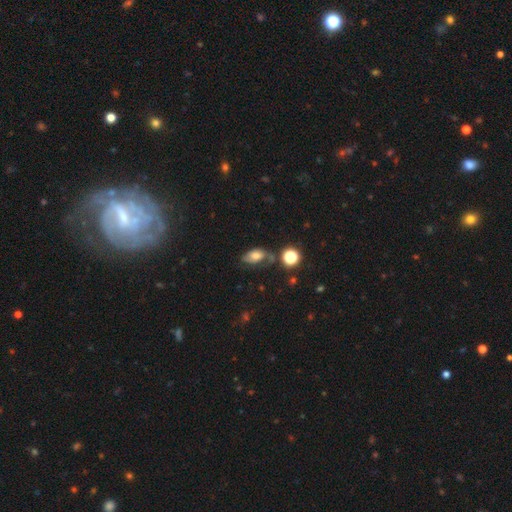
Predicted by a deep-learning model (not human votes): Morphology: type=smooth (59%); roundness=in between (86%); merging=none (49%).